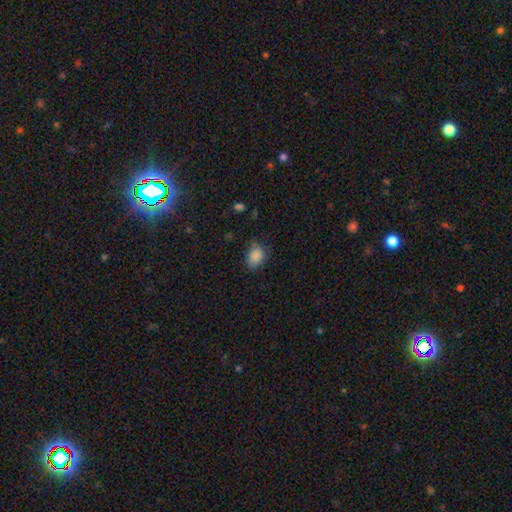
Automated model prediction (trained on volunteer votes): Smooth or featured? smooth (87%)
How rounded? in between (68%)
Merging? none (71%)